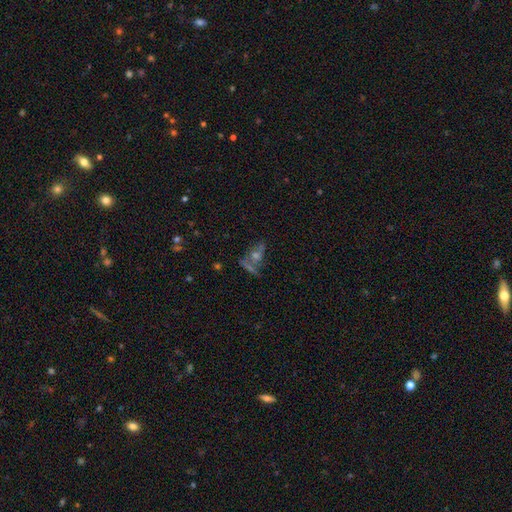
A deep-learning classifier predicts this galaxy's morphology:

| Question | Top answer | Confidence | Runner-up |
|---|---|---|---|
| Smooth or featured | featured or disk | 43% | smooth (29%) |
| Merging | none | 40% | merger (22%) |